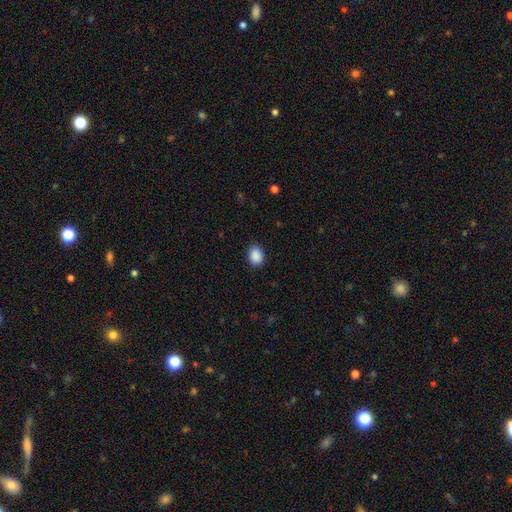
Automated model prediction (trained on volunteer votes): smooth-or-featured: smooth: 90% | star or artifact: 8% | featured or disk: 2%
  how-rounded: in between: 63% | round: 36% | cigar-shaped: 1%
  merging: none: 87% | minor disturbance: 10% | major disturbance: 2% | merger: 1%